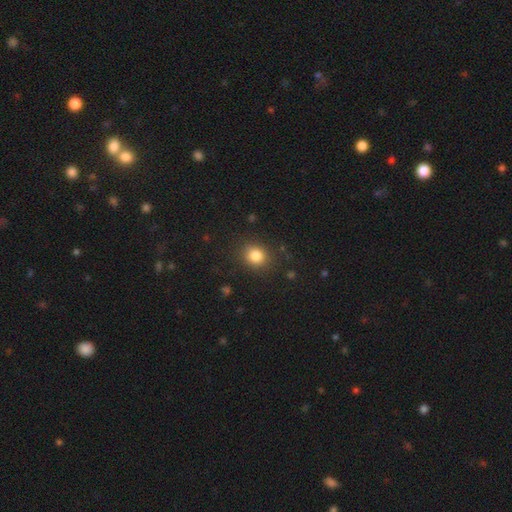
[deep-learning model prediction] Smooth or featured?
  - smooth: 83% *
  - star or artifact: 12%
  - featured or disk: 6%
How rounded?
  - round: 72% *
  - in between: 27%
  - cigar-shaped: 1%
Merging?
  - none: 85% *
  - minor disturbance: 10%
  - major disturbance: 4%
  - merger: 1%